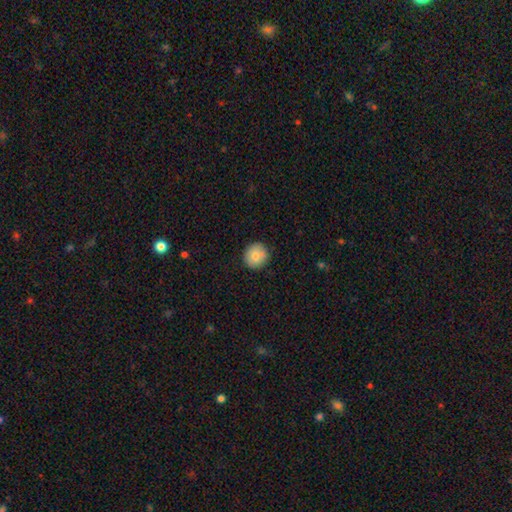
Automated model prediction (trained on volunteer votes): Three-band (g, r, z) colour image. It shows a smooth galaxy with no disk features (81%) that is round (92%). Merging: none (88%).